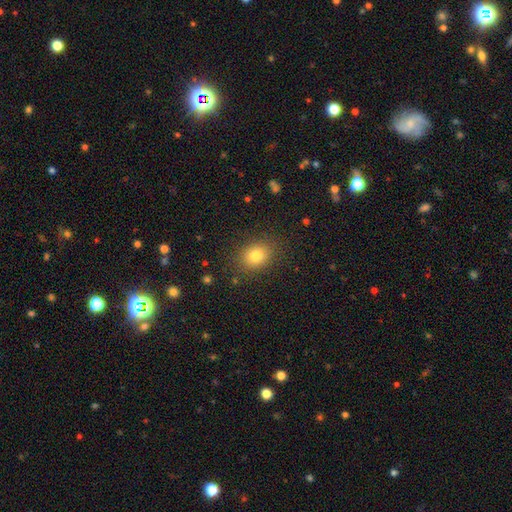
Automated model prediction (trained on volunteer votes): A smooth galaxy with no disk features (80%) that is in between round and cigar-shaped (53%). Merging: none (85%).